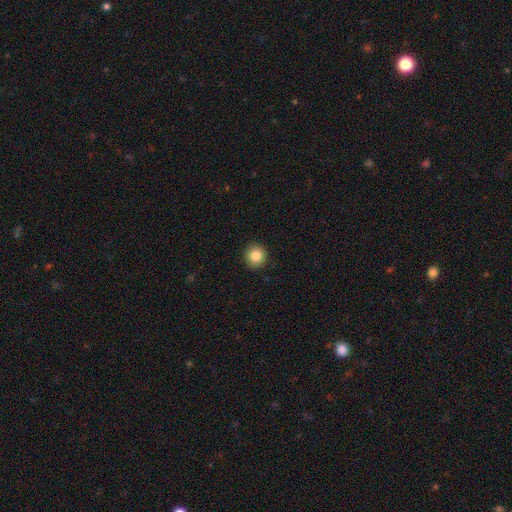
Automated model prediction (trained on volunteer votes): This is clearly a smooth galaxy (85%). How rounded: clearly round (94%). Merging: clearly none (92%).